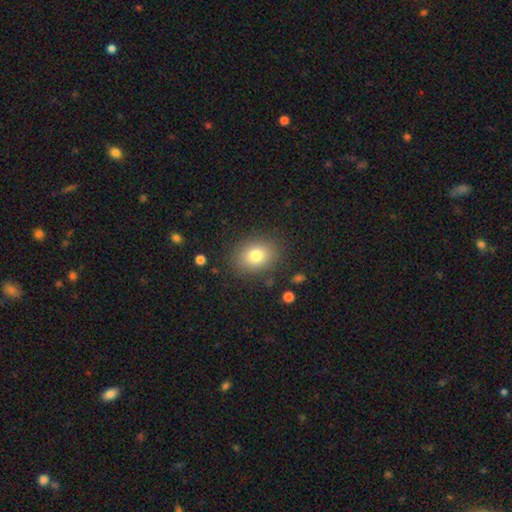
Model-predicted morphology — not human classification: type=smooth (79%); roundness=in between (50%); merging=none (85%).